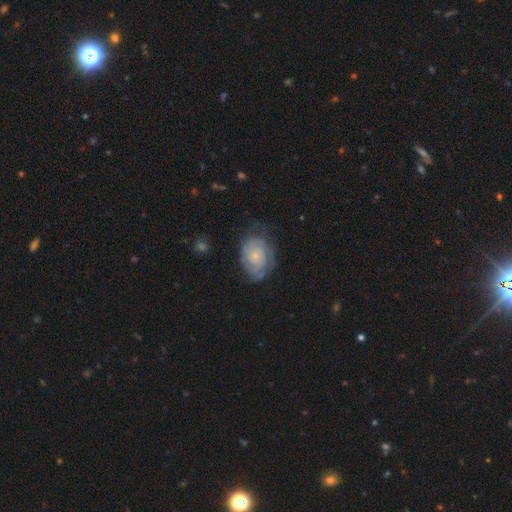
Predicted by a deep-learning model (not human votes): The model was most divided on "spiral arm count": can't tell: 43%, 2: 30%, 3: 13%, 1: 5%, 4: 5%, more than 4: 4%. More confident: edge-on disk — no (97%); spiral arms — yes (87%); bar — no (80%); bulge size — small (72%); smooth or featured — featured or disk (68%); spiral winding — tight (65%); merging — none (61%).